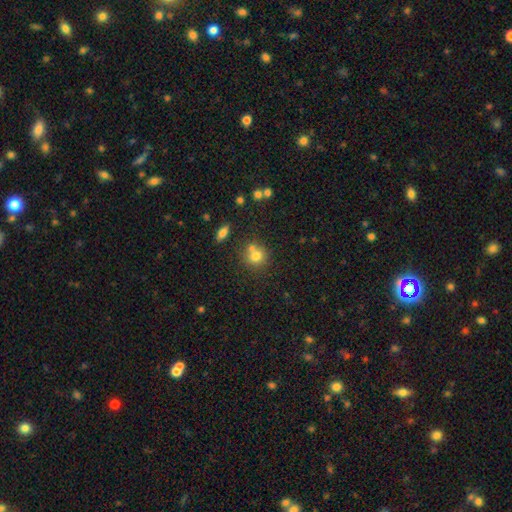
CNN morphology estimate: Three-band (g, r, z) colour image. It shows a smooth galaxy with no disk features (73%) that is round (80%). Merging: none (49%).